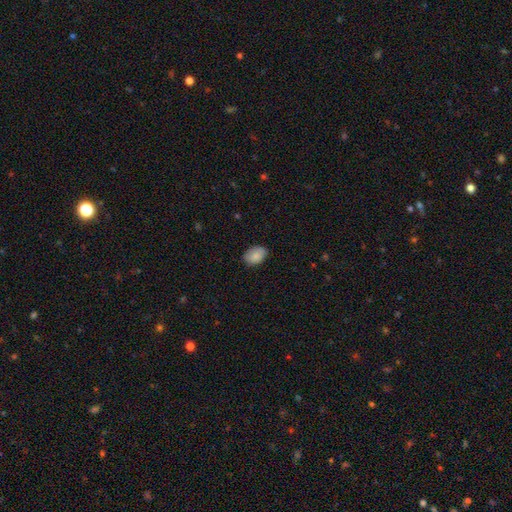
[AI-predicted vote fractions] Q: Smooth or featured?
A: smooth (86%); runner-up: featured or disk (7%)
Q: How rounded?
A: in between (83%); runner-up: round (16%)
Q: Merging?
A: none (80%); runner-up: minor disturbance (17%)